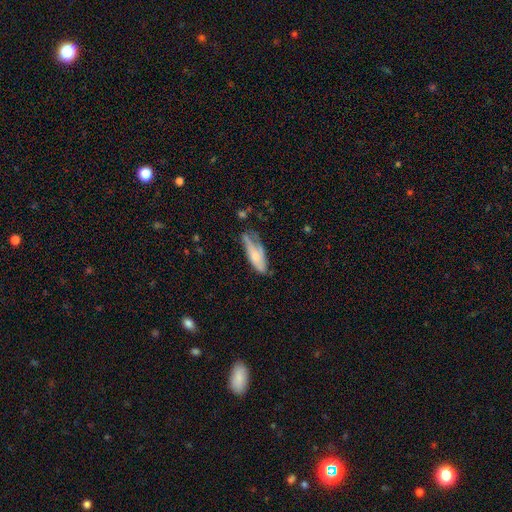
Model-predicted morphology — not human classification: type=smooth (55%); roundness=in between (56%); merging=none (36%).